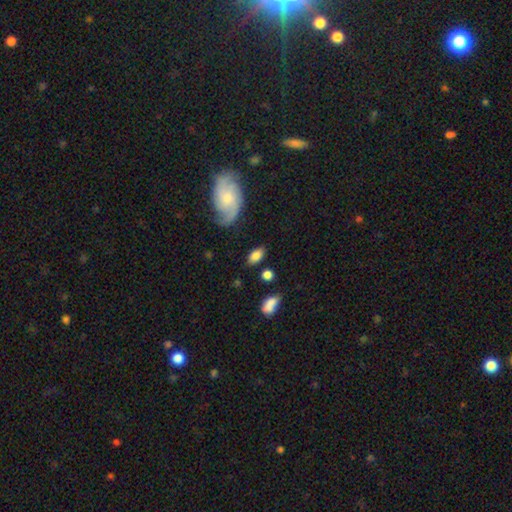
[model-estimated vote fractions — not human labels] Smooth or featured? smooth (79%)
How rounded? in between (92%)
Merging? none (76%)